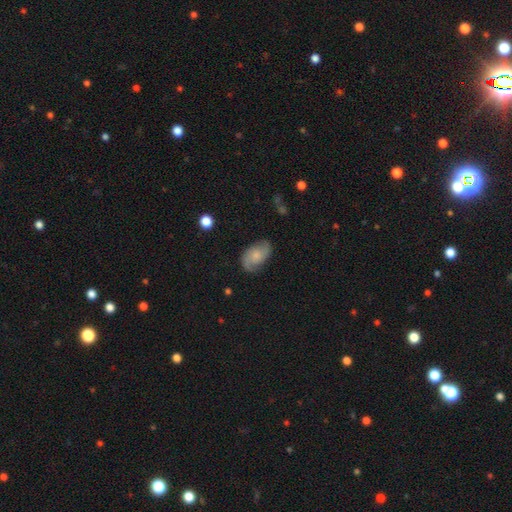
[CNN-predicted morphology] A featured or disk galaxy (55%) with no bar (69%), spiral arms (89%) and a small central bulge (50%). Merging: none (73%).